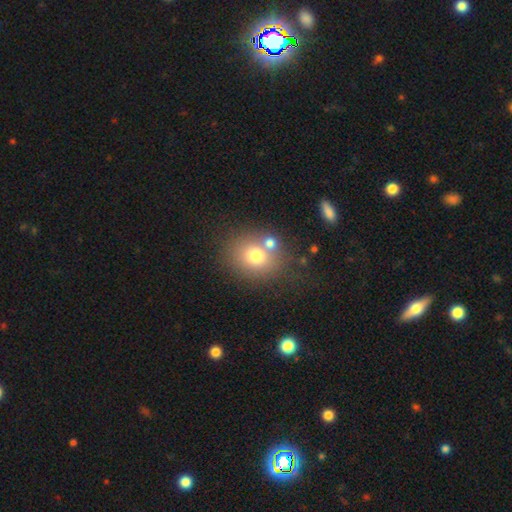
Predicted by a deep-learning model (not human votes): A smooth galaxy with no disk features (73%) that is round (63%). Merging: none (61%).